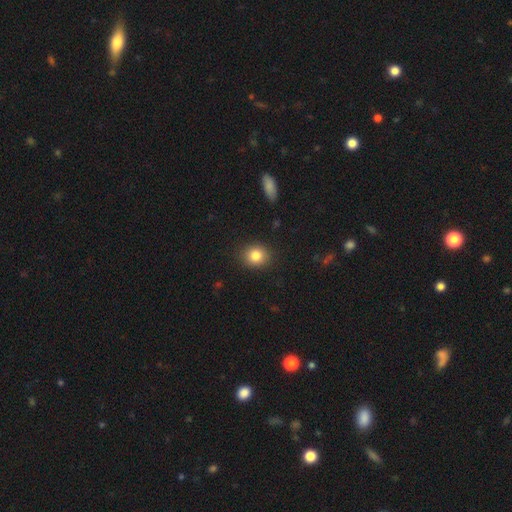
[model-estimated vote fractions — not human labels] Smooth or featured?
  - smooth: 84% *
  - star or artifact: 10%
  - featured or disk: 7%
How rounded?
  - round: 76% *
  - in between: 23%
  - cigar-shaped: 1%
Merging?
  - none: 89% *
  - minor disturbance: 7%
  - major disturbance: 2%
  - merger: 1%